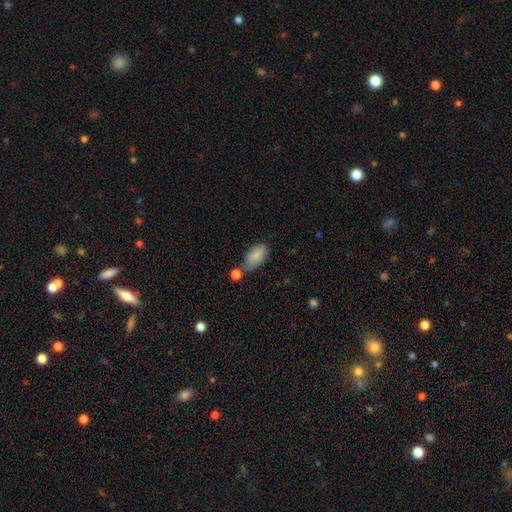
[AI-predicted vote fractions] smooth-or-featured: smooth: 86% | star or artifact: 7% | featured or disk: 7%
  how-rounded: in between: 91% | cigar-shaped: 5% | round: 3%
  merging: none: 50% | merger: 22% | minor disturbance: 21% | major disturbance: 7%